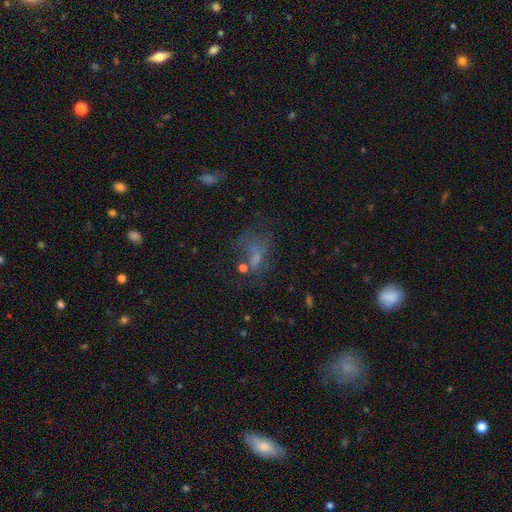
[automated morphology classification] A smooth galaxy with no disk features (43%). Merging: none (36%).